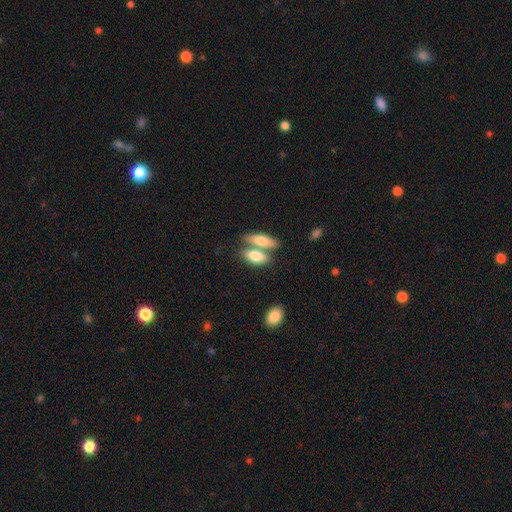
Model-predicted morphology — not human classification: Smooth or featured: smooth — 78% (featured or disk — 16%)
How rounded: in between — 78% (cigar-shaped — 18%)
Merging: merger — 47% (none — 40%)